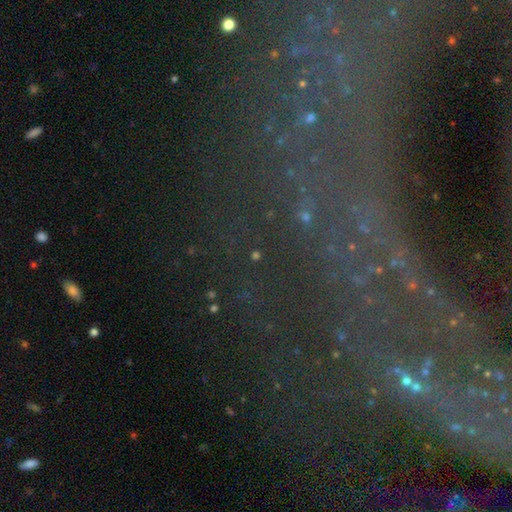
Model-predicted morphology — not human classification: Q: Smooth or featured?
A: star or artifact (64%); runner-up: featured or disk (21%)